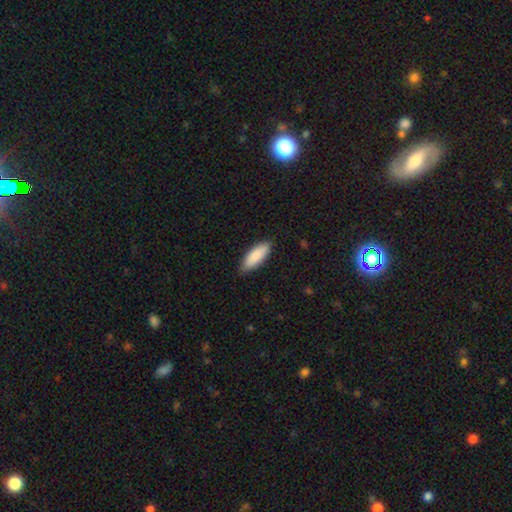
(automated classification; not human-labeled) Overall: smooth (87%). How rounded: in between (69%; cigar-shaped 30%). Merging: none (86%).